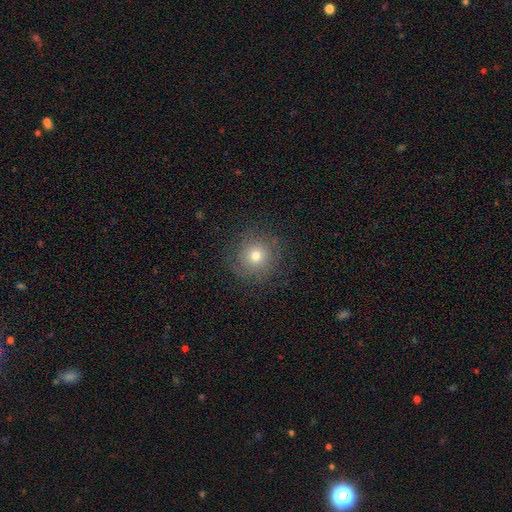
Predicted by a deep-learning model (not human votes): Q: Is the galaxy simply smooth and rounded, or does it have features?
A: smooth — 67%.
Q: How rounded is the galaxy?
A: round — 94%.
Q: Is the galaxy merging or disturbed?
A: none — 83%.